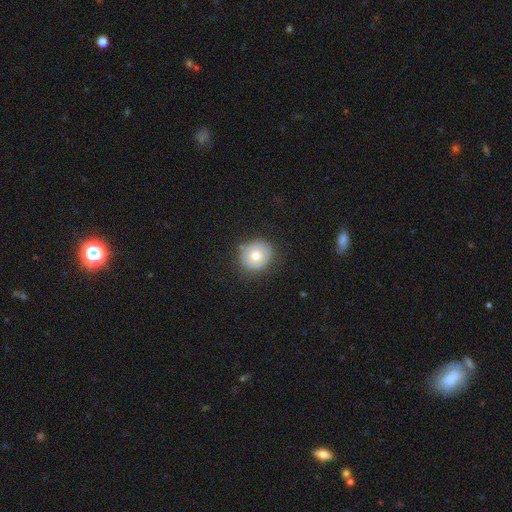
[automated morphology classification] smooth_or_featured: smooth (p=0.72) [alt: featured or disk p=0.19]
how_rounded: round (p=0.84) [alt: in between p=0.16]
merging: none (p=0.82) [alt: minor disturbance p=0.13]